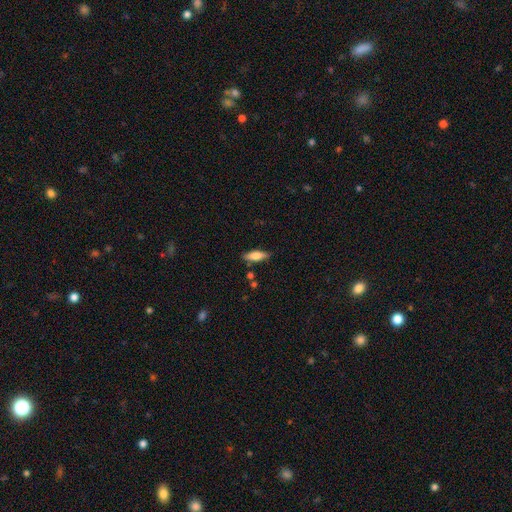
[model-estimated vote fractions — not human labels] Smooth or featured?
  - smooth: 73% *
  - featured or disk: 21%
  - star or artifact: 7%
How rounded?
  - in between: 54% *
  - cigar-shaped: 44%
  - round: 2%
Merging?
  - none: 82% *
  - minor disturbance: 13%
  - merger: 3%
  - major disturbance: 3%